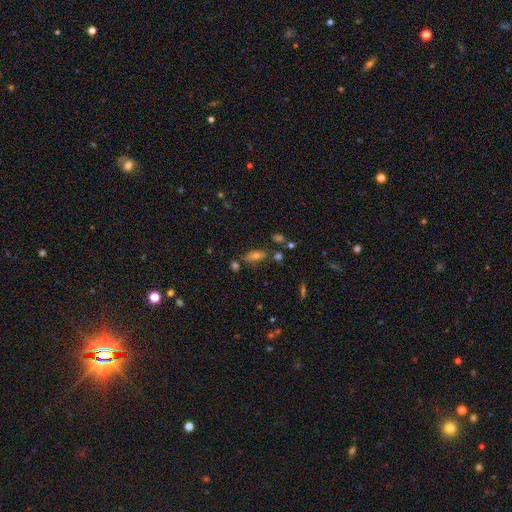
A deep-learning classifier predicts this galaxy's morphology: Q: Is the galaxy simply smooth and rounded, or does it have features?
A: smooth — 56%.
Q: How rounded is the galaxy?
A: in between — 79%.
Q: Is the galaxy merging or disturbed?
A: none — 65%.